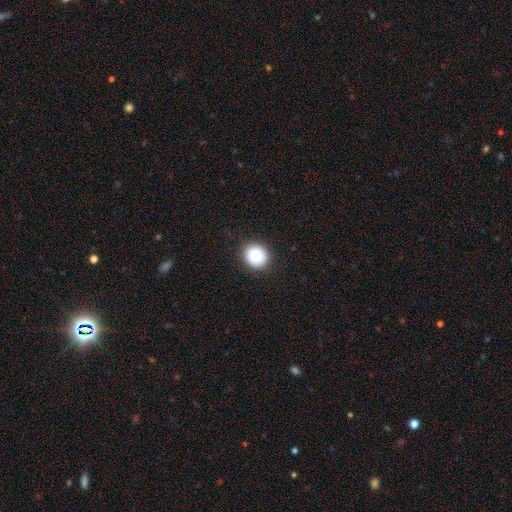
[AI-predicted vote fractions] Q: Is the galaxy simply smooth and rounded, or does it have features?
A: smooth — 86%.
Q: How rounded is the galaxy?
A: round — 86%.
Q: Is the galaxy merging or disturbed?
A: none — 90%.